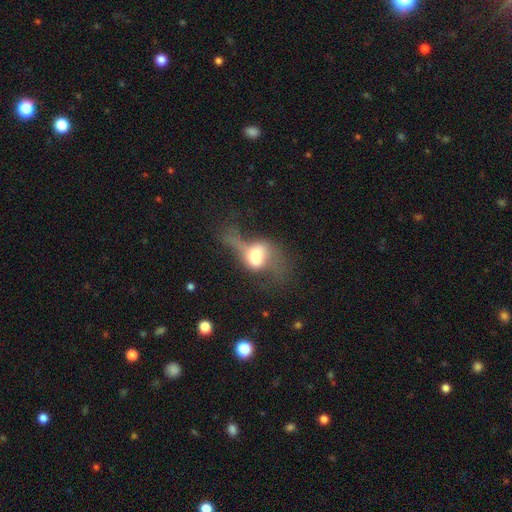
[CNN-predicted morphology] A featured or disk galaxy (45%, tied with smooth).

Vote fractions:
- Smooth or featured? featured or disk: 45% (tied) / smooth: 45% (tied) / star or artifact: 10%
- Merging? major disturbance: 39% / merger: 33% / none: 15% / minor disturbance: 13%